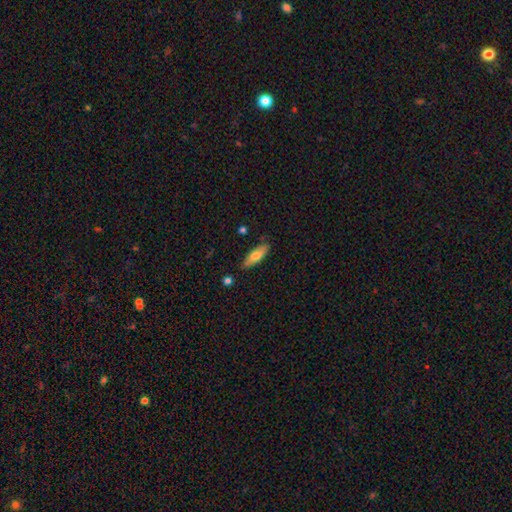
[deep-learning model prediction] Morphology: type=smooth (71%); roundness=in between (54%); merging=none (85%).